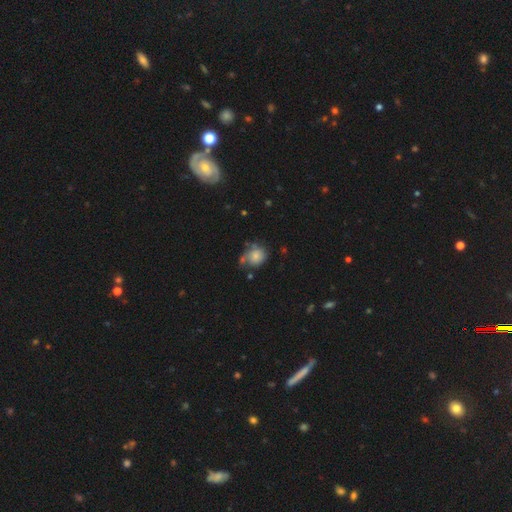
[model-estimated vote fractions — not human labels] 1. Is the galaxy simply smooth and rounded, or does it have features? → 73% smooth, 17% featured or disk, 10% star or artifact.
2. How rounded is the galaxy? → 67% round, 32% in between, 1% cigar-shaped.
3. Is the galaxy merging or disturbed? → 48% none, 27% minor disturbance, 13% merger, 12% major disturbance.